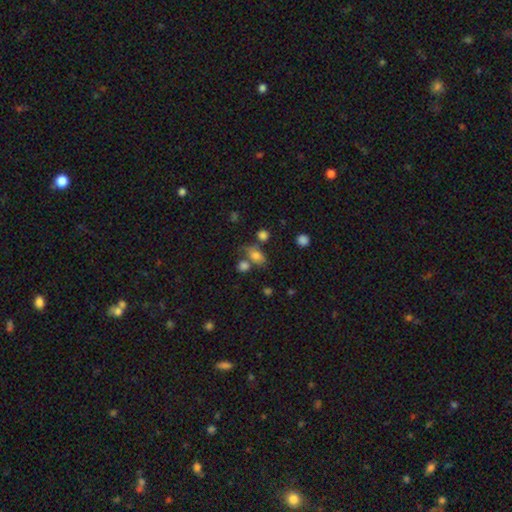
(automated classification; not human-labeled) Smooth or featured?
  - smooth: 75% *
  - star or artifact: 13%
  - featured or disk: 12%
How rounded?
  - in between: 75% *
  - round: 21%
  - cigar-shaped: 3%
Merging?
  - none: 53% *
  - merger: 22%
  - minor disturbance: 17%
  - major disturbance: 8%